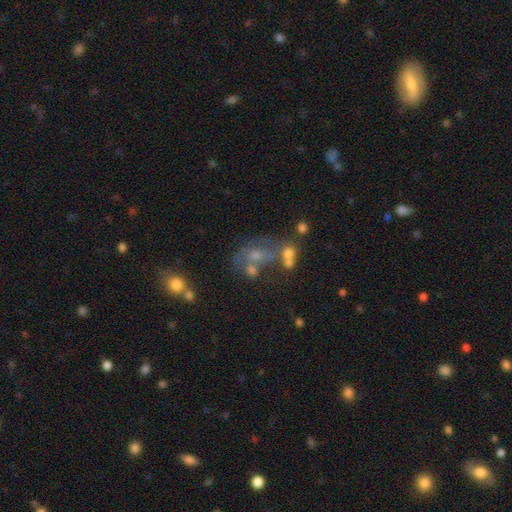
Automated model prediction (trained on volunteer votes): Q: Smooth or featured?
A: featured or disk (41%); runner-up: smooth (40%)
Q: Merging?
A: merger (33%); runner-up: none (30%)